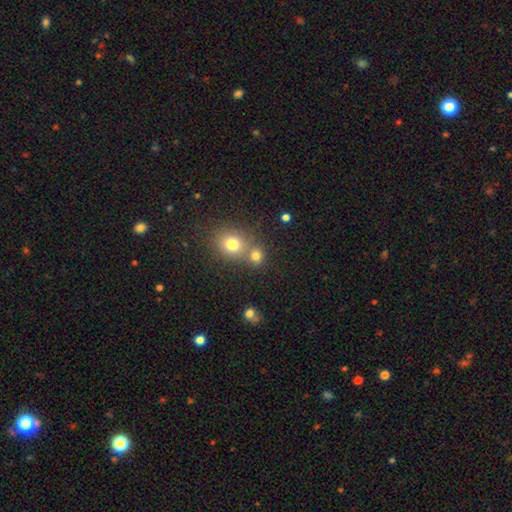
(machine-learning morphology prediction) Overall: smooth (76%). How rounded: round (81%). Merging: none (54%; merger 36%).